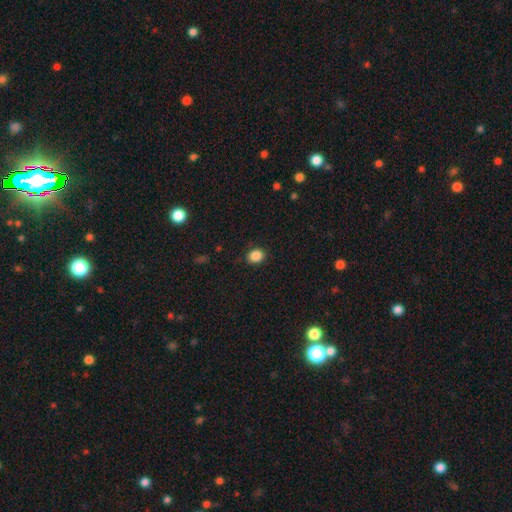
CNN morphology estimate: A smooth galaxy with no disk features (87%) that is round (55%).

Vote fractions:
- Smooth or featured? smooth: 87% / star or artifact: 10% / featured or disk: 3%
- How rounded? round: 55% / in between: 44% / cigar-shaped: 1%
- Merging? none: 87% / minor disturbance: 9% / major disturbance: 2% / merger: 1%